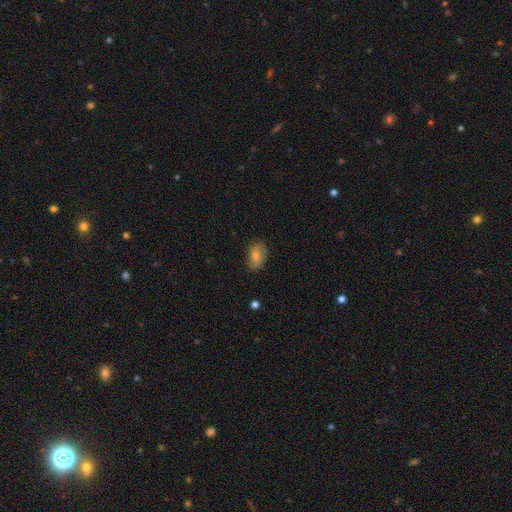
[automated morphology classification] Smooth or featured? Predicted: smooth (p=0.62). How rounded? Predicted: in between (p=0.84). Merging? Predicted: none (p=0.79).